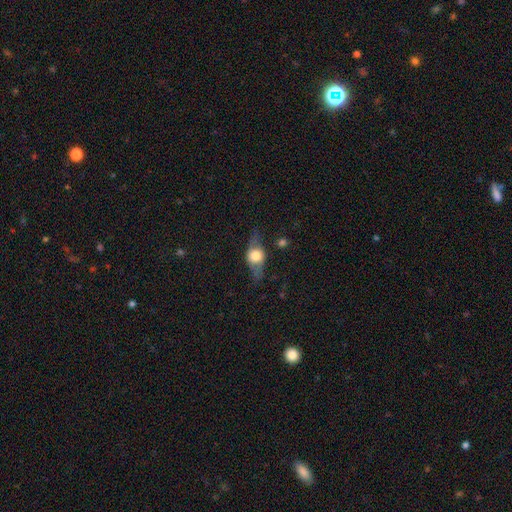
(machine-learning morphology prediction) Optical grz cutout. It shows a featured or disk galaxy (56%) viewed edge-on (80%). Merging: none (69%).